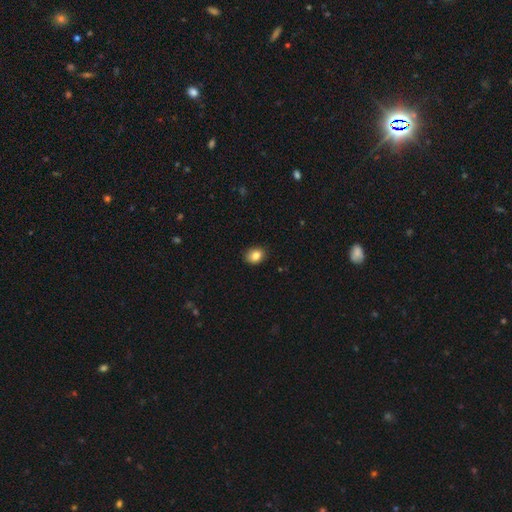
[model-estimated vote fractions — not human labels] Overall: smooth (84%). How rounded: in between (52%; round 47%). Merging: none (86%).